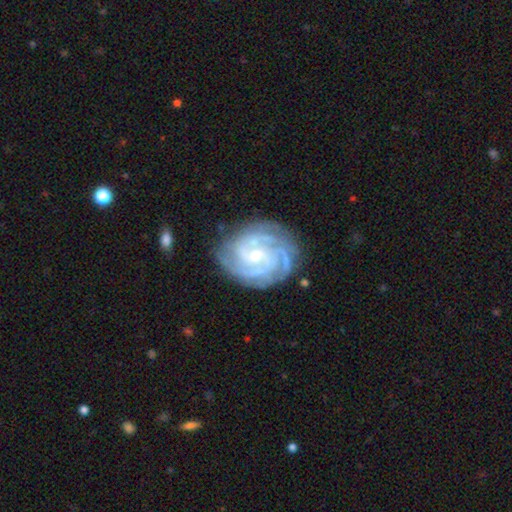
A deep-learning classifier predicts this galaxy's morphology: smooth-or-featured: featured or disk: 90% | star or artifact: 5% | smooth: 5%
  disk-edge-on: no: 98% | yes: 2%
    bar: no: 61% | weak: 31% | strong: 8%
    has-spiral-arms: yes: 98% | no: 2%
      spiral-winding: tight: 72% | medium: 25% | loose: 3%
      spiral-arm-count: 4: 34% | 3: 24% | can't tell: 16% | more than 4: 11% | 2: 9% | 1: 6%
    bulge-size: small: 64% | moderate: 32% | none: 2% | large: 1% | dominant: 1%
  merging: none: 78% | minor disturbance: 16% | major disturbance: 5% | merger: 1%